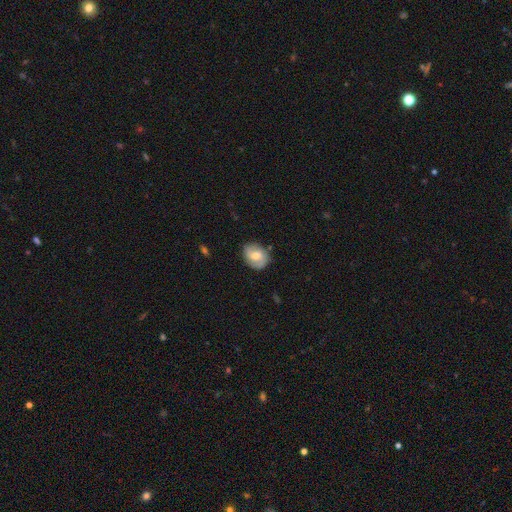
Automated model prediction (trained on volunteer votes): Morphology: type=featured or disk (48%); merging=none (75%).